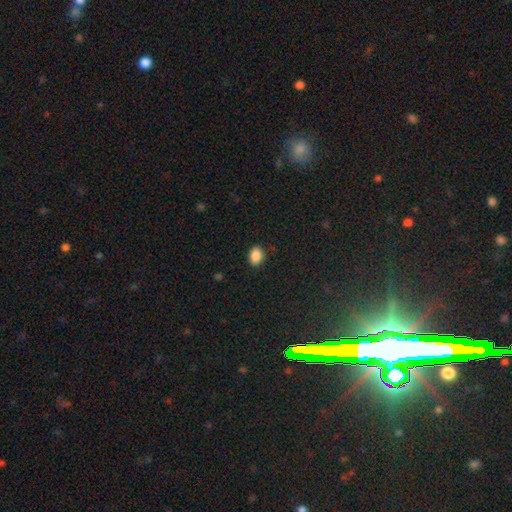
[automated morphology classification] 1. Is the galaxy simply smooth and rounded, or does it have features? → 88% smooth, 9% star or artifact, 3% featured or disk.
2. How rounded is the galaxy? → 76% in between, 23% round, 1% cigar-shaped.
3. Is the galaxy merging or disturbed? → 87% none, 10% minor disturbance, 2% major disturbance, 1% merger.